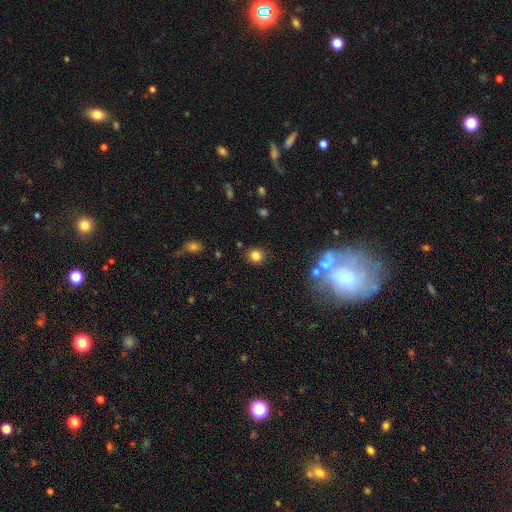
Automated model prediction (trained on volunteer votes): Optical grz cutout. It shows a smooth galaxy with no disk features (80%) that is round (80%). Merging: none (84%).